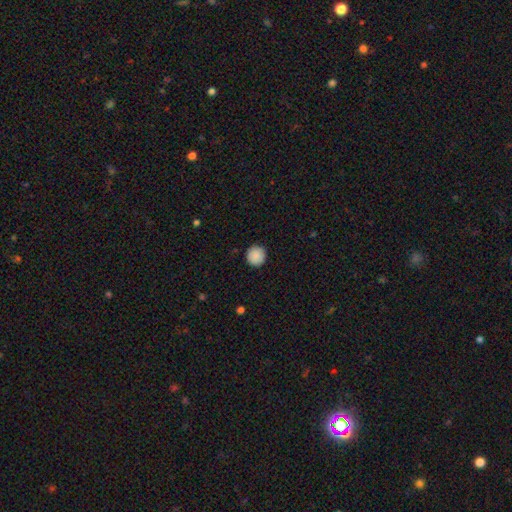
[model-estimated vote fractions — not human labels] Overall: smooth (89%). How rounded: round (95%). Merging: none (91%).